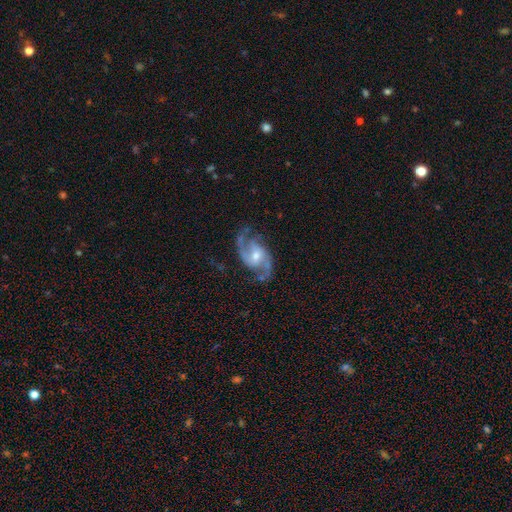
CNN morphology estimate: Overall: featured or disk (91%). Edge-on disk: no (97%). Bar: no (45%; weak 43%). Spiral arms: yes (98%). Spiral arm count: 2 (89%). Spiral winding: medium (57%; loose 29%). Bulge size: moderate (57%; small 35%). Merging: none (75%).